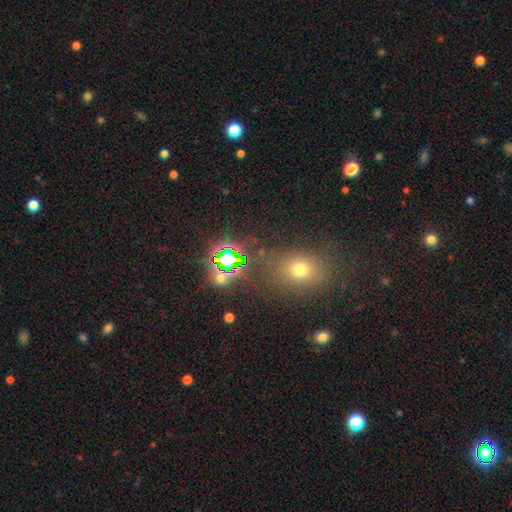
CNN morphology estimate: smooth 48%, star or artifact 44%, featured or disk 8%. Down the decision tree: merging — none (80%).